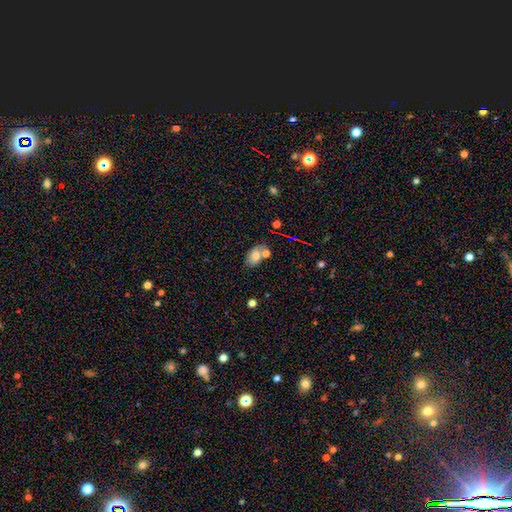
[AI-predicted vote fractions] Smooth or featured?
  - smooth: 76% *
  - featured or disk: 14%
  - star or artifact: 11%
How rounded?
  - in between: 87% *
  - round: 12%
  - cigar-shaped: 2%
Merging?
  - none: 52% *
  - merger: 25%
  - minor disturbance: 17%
  - major disturbance: 6%